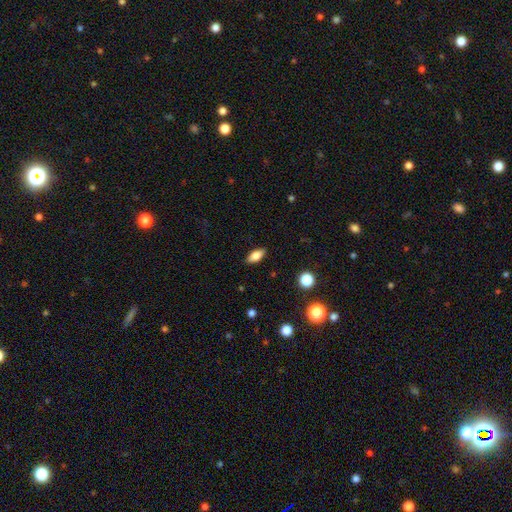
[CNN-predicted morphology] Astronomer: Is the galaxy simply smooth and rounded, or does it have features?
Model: smooth — 78%.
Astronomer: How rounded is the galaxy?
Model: in between — 85%.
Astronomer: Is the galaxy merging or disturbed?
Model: none — 88%.